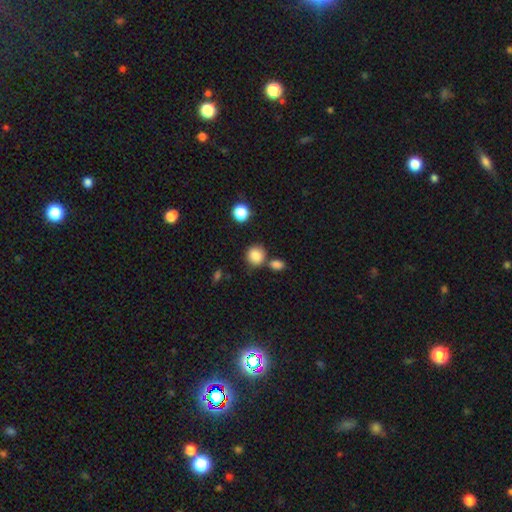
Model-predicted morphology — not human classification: A smooth galaxy with no disk features (85%) that is round (82%).

Vote fractions:
- Smooth or featured? smooth: 85% / star or artifact: 10% / featured or disk: 5%
- How rounded? round: 82% / in between: 17% / cigar-shaped: 1%
- Merging? none: 68% / merger: 17% / minor disturbance: 11% / major disturbance: 4%